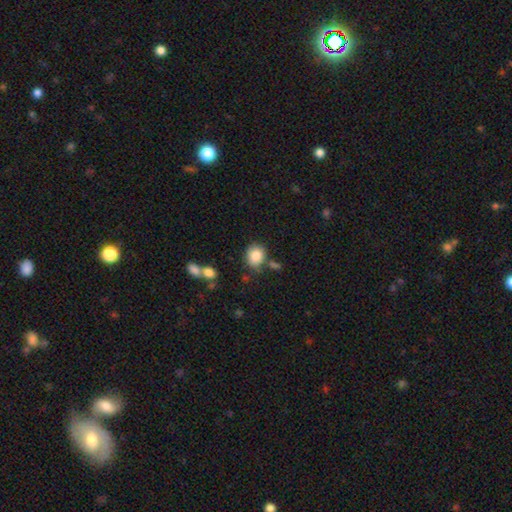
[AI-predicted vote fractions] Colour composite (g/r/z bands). It shows a smooth galaxy with no disk features (86%) that is round (57%). Merging: none (69%).